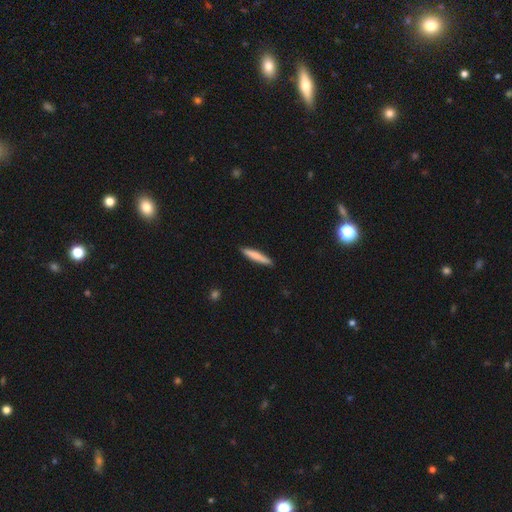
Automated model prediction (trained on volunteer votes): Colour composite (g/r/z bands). It shows a smooth galaxy with no disk features (77%) that is cigar-shaped (92%). Merging: none (89%).